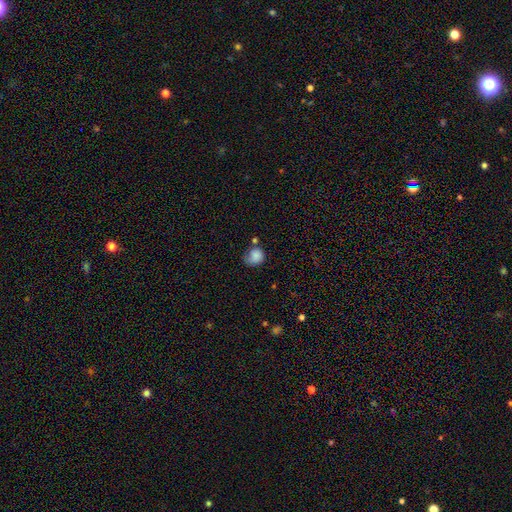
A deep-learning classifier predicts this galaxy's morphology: The model was most divided on "merging": none: 44%, minor disturbance: 33%, major disturbance: 15%, merger: 8%. More confident: smooth or featured — smooth (83%); how rounded — round (75%).